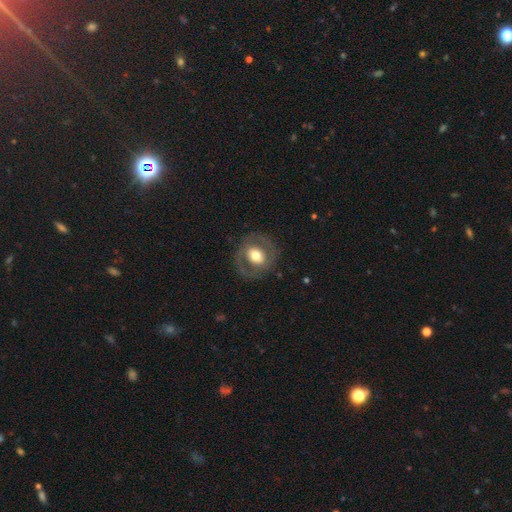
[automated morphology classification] Smooth or featured? featured or disk (51%)
Edge-on disk? no (95%)
Merging? none (78%)